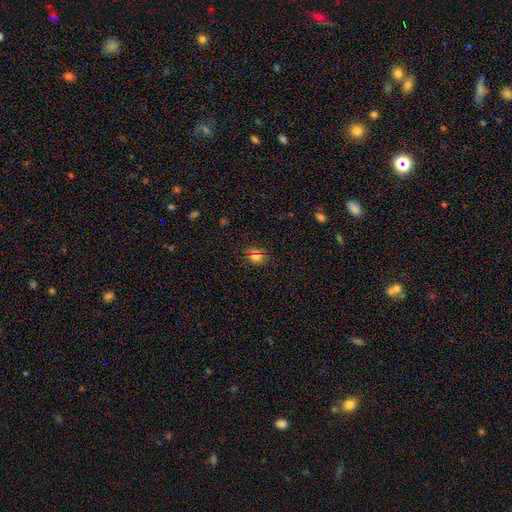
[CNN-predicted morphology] Smooth or featured? smooth (68%)
How rounded? round (59%)
Merging? none (86%)